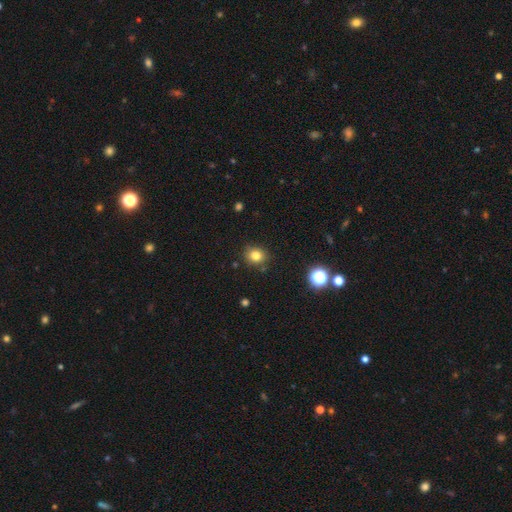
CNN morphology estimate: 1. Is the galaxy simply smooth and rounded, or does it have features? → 81% smooth, 13% star or artifact, 6% featured or disk.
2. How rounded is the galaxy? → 75% round, 24% in between, 1% cigar-shaped.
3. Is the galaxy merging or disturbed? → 85% none, 10% minor disturbance, 3% major disturbance, 3% merger.